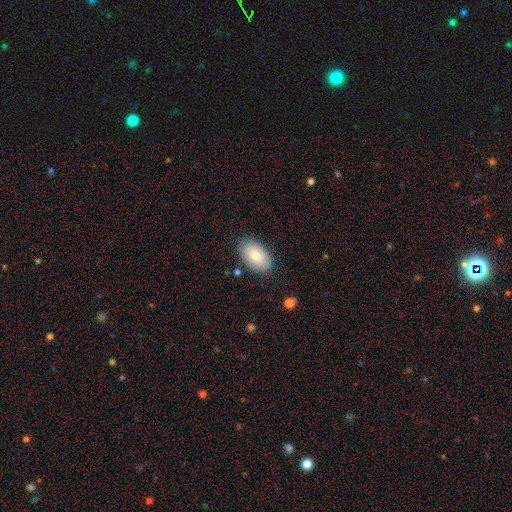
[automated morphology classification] smooth-or-featured: smooth: 79% | featured or disk: 15% | star or artifact: 7%
  how-rounded: in between: 93% | round: 5% | cigar-shaped: 1%
  merging: none: 84% | minor disturbance: 12% | major disturbance: 3% | merger: 2%